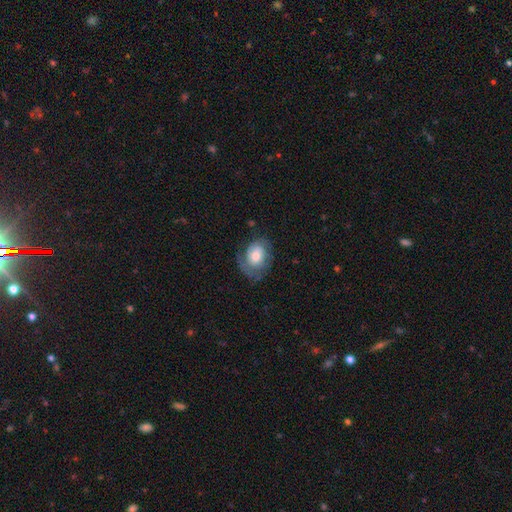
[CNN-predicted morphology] Smooth or featured? featured or disk (49%)
Merging? none (56%)